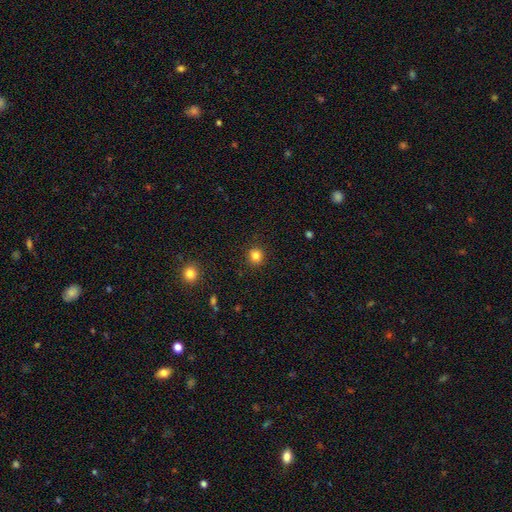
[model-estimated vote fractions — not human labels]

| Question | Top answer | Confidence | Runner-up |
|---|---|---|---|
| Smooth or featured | smooth | 83% | star or artifact (13%) |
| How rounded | round | 90% | in between (9%) |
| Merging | none | 91% | minor disturbance (6%) |